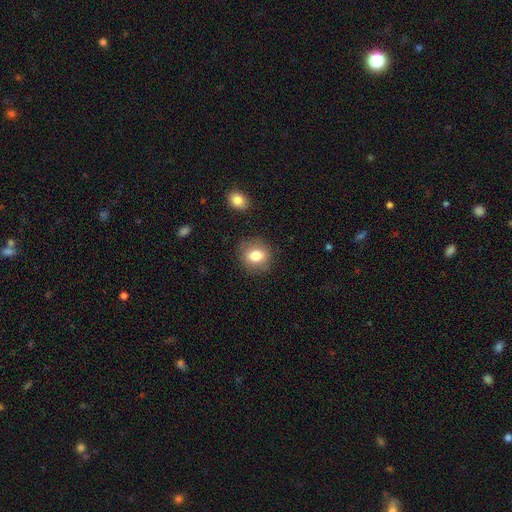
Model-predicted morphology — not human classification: smooth_or_featured: smooth (p=0.78) [alt: featured or disk p=0.13]
how_rounded: round (p=0.68) [alt: in between p=0.31]
merging: none (p=0.84) [alt: minor disturbance p=0.11]